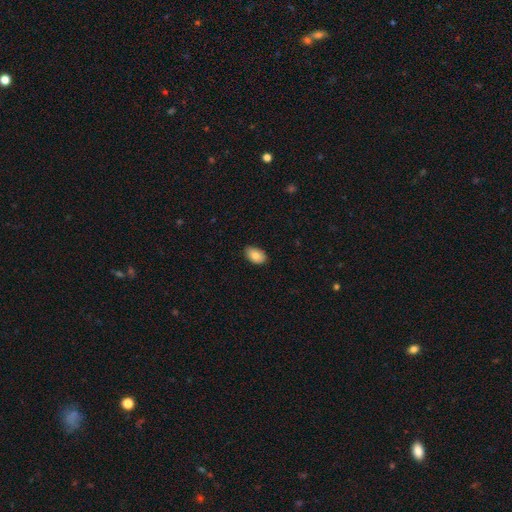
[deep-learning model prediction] Smooth or featured: smooth — 83% (featured or disk — 9%)
How rounded: in between — 91% (round — 8%)
Merging: none — 82% (minor disturbance — 15%)